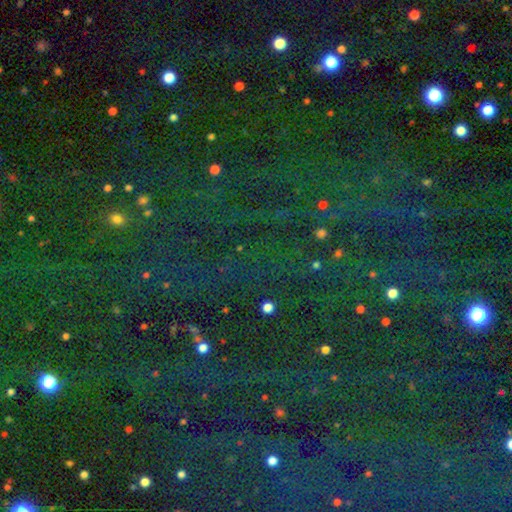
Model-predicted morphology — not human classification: Smooth or featured? Predicted: star or artifact (p=0.81).